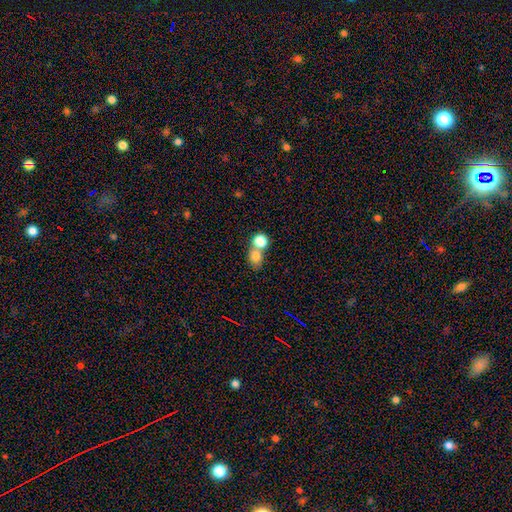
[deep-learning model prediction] This appears to be a smooth galaxy with no disk features (77%) that is round (62%). Merging: merger (55%).